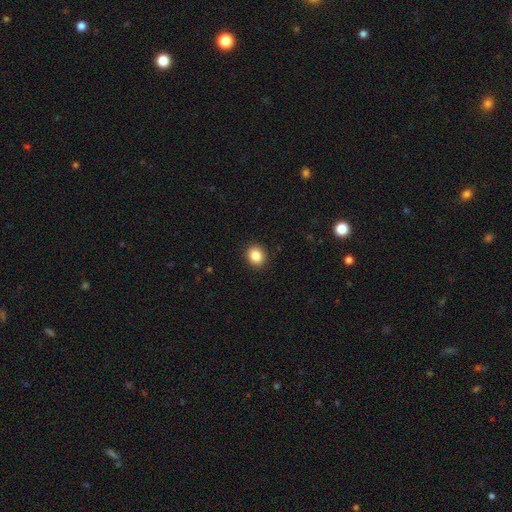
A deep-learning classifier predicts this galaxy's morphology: Smooth or featured: smooth — 86% (star or artifact — 10%)
How rounded: round — 73% (in between — 26%)
Merging: none — 92% (minor disturbance — 5%)